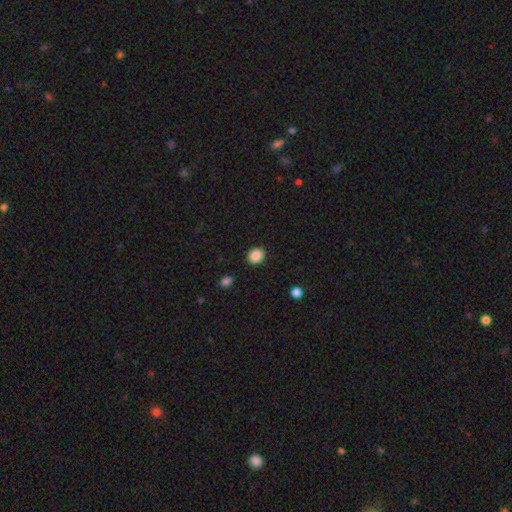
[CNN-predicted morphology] type=smooth (88%); roundness=round (66%); merging=none (89%).